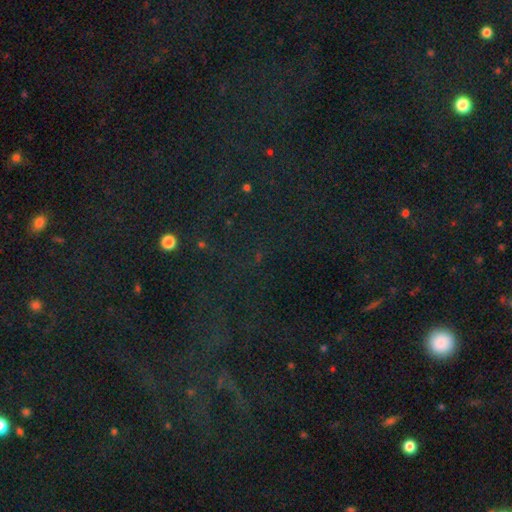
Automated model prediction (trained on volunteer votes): Smooth or featured? star or artifact (78%)